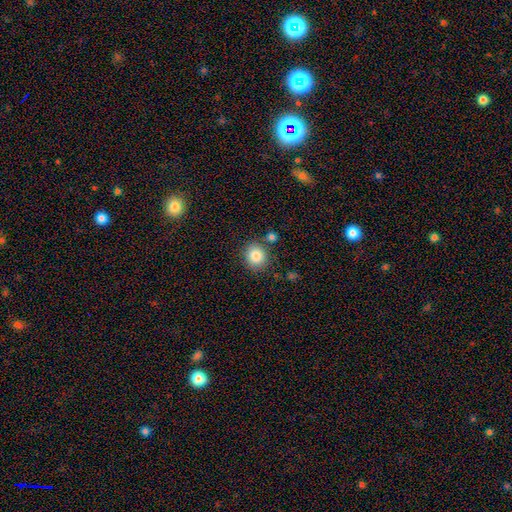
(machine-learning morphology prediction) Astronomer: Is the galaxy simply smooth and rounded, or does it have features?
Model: smooth — 85%.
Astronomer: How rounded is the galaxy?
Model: round — 79%.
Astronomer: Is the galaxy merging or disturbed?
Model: none — 80%.